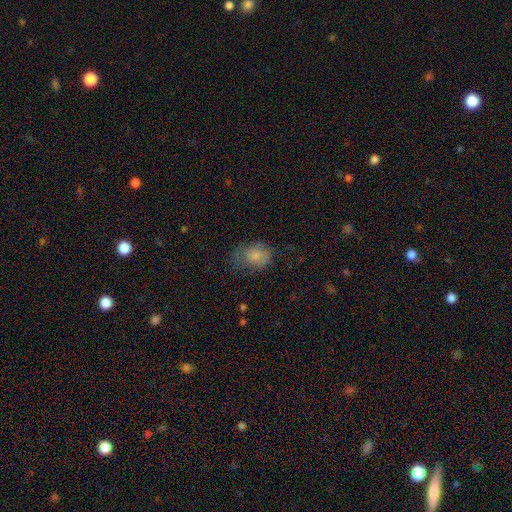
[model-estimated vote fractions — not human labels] smooth 76%, featured or disk 14%, star or artifact 10%. Down the decision tree: how rounded — in between (63%); merging — none (49%).